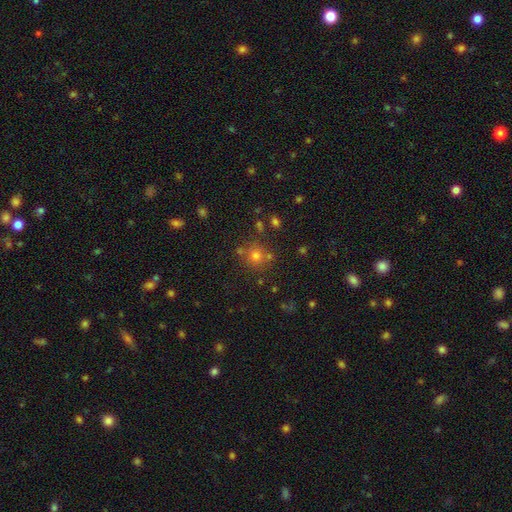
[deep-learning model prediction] Smooth or featured? smooth (68%)
How rounded? round (90%)
Merging? none (76%)